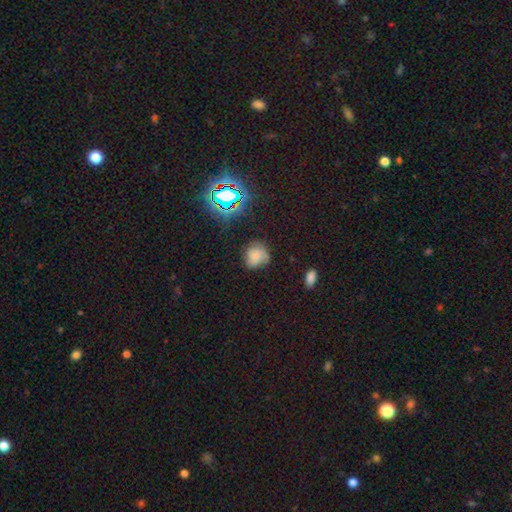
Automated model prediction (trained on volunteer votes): Smooth or featured? Predicted: smooth (p=0.60). How rounded? Predicted: round (p=0.66). Merging? Predicted: none (p=0.52).